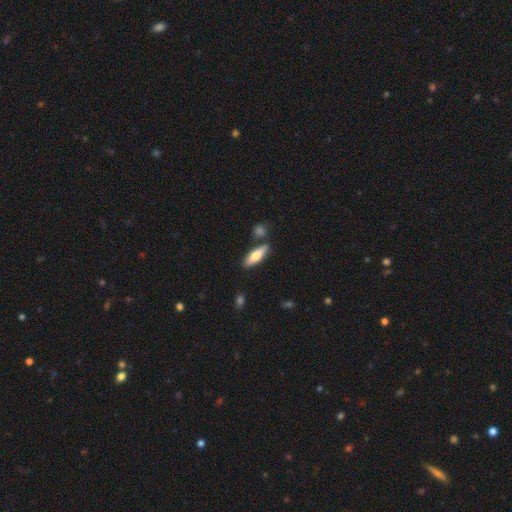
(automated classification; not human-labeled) Morphology: type=smooth (64%); roundness=cigar-shaped (53%); merging=none (77%).